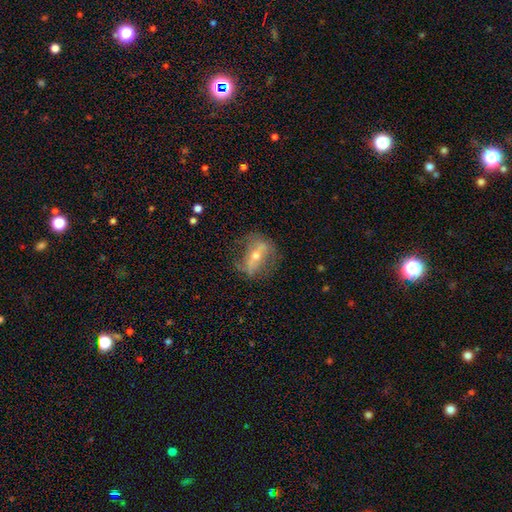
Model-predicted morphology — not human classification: type=featured or disk (65%); edge-on=no (74%); merging=none (66%).